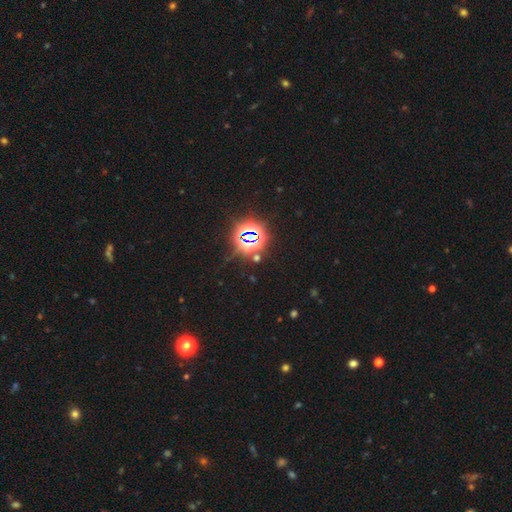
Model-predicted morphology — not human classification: A star or artifact, not a galaxy (79%).

Vote fractions:
- Smooth or featured? star or artifact: 79% / smooth: 13% / featured or disk: 8%